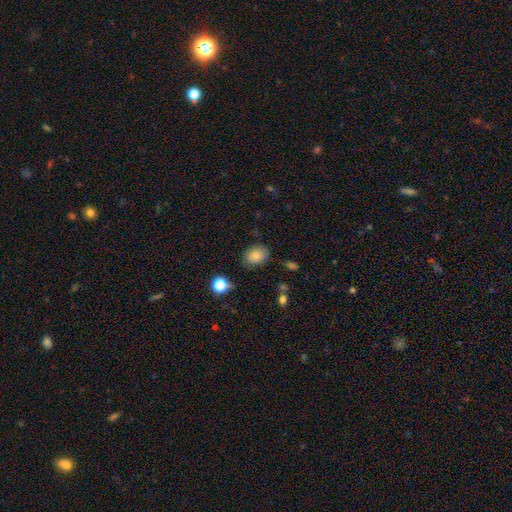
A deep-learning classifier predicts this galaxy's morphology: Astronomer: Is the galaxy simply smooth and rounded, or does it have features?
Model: smooth — 81%.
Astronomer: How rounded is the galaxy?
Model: in between — 62%.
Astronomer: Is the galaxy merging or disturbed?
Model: none — 77%.